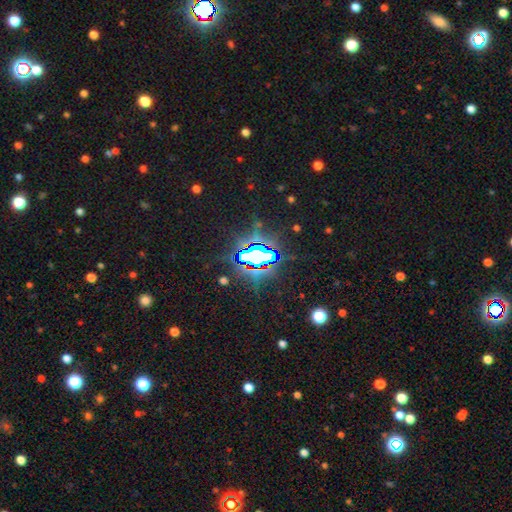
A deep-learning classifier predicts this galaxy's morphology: Smooth or featured?
  - star or artifact: 78% *
  - smooth: 11%
  - featured or disk: 11%